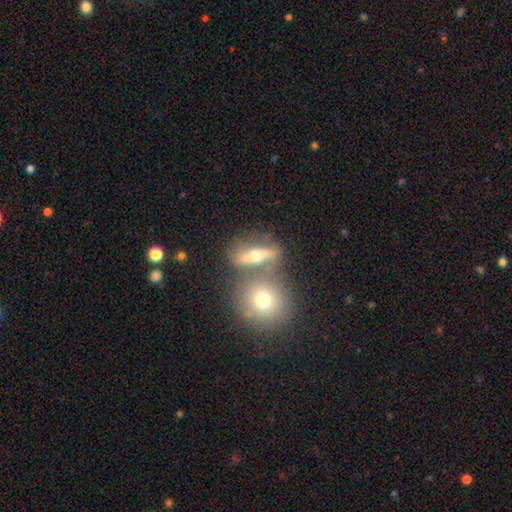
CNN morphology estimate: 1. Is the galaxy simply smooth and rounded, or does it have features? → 48% featured or disk, 40% smooth, 12% star or artifact.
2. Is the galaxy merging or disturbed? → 51% none, 32% merger, 11% minor disturbance, 6% major disturbance.